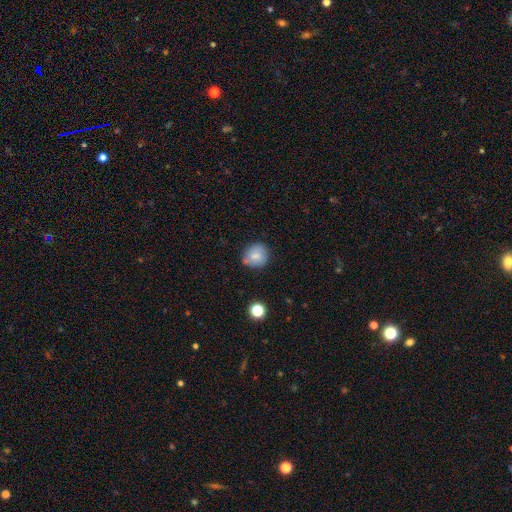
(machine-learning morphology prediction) type=smooth (76%); roundness=round (79%); merging=none (73%).